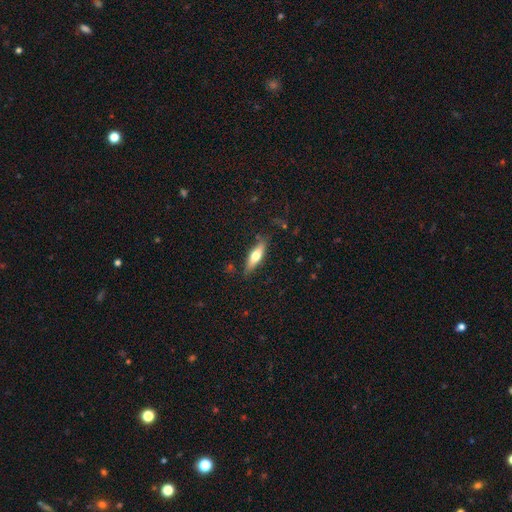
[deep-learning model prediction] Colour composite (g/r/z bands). It shows a smooth galaxy with no disk features (60%) that is cigar-shaped (53%). Merging: none (81%).